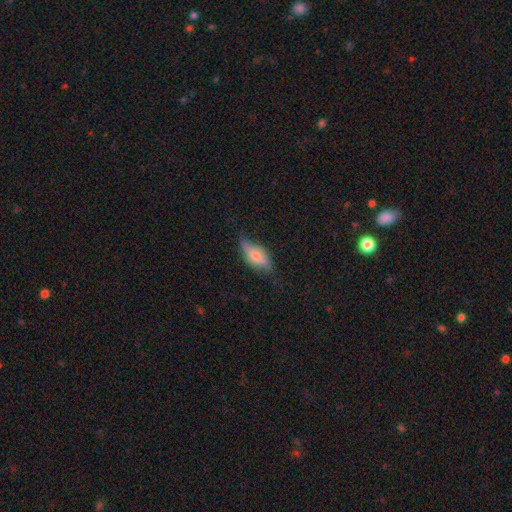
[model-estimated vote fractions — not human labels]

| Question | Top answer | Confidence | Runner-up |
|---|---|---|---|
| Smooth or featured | featured or disk | 47% | smooth (45%) |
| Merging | none | 64% | minor disturbance (26%) |